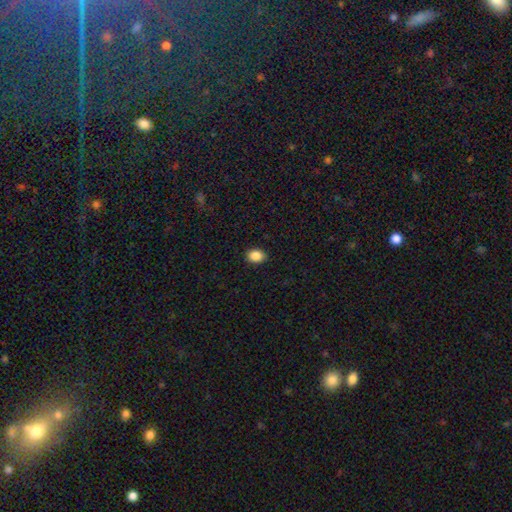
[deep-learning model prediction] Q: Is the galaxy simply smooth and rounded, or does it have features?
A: smooth — 88%.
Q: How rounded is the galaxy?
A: in between — 66%.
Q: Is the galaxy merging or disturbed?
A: none — 90%.